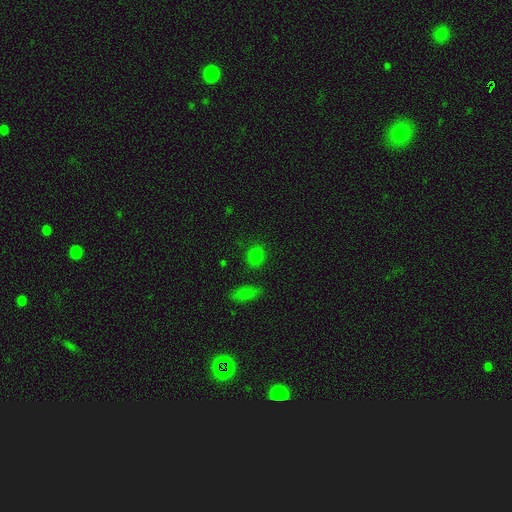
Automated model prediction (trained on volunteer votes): A smooth galaxy with no disk features (81%) that is round (68%). Merging: none (85%).